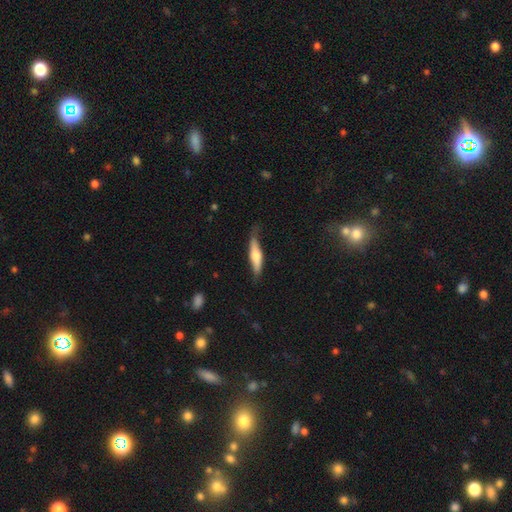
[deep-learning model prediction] Smooth or featured?
  - smooth: 53% *
  - featured or disk: 42%
  - star or artifact: 5%
How rounded?
  - cigar-shaped: 75% *
  - in between: 23%
  - round: 2%
Merging?
  - none: 59% *
  - minor disturbance: 31%
  - major disturbance: 8%
  - merger: 2%